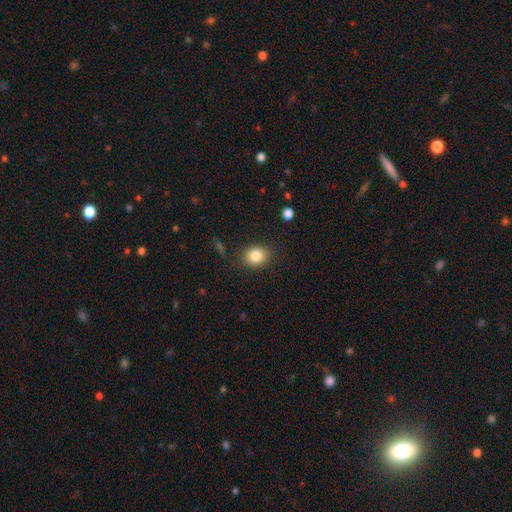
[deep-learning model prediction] This appears to be a smooth galaxy with no disk features (84%) that is round (55%). Merging: none (85%).